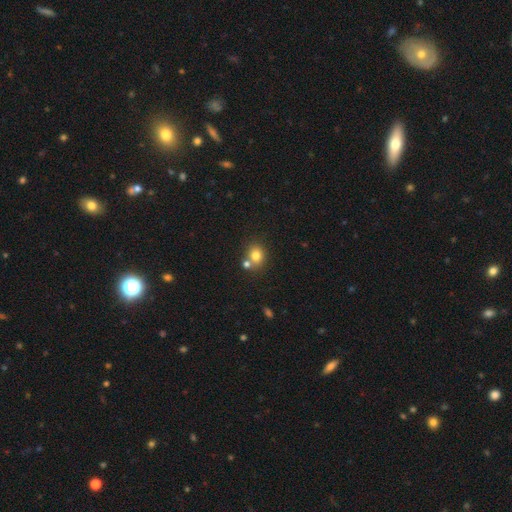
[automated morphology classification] Smooth or featured?
  - smooth: 78% *
  - star or artifact: 12%
  - featured or disk: 9%
How rounded?
  - round: 72% *
  - in between: 27%
  - cigar-shaped: 1%
Merging?
  - none: 60% *
  - merger: 28%
  - minor disturbance: 10%
  - major disturbance: 3%